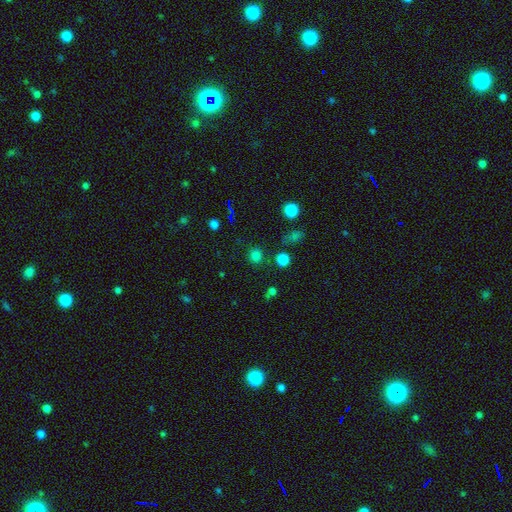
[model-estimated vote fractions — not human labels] smooth 76%, star or artifact 20%, featured or disk 5%. Down the decision tree: how rounded — round (89%); merging — none (84%).